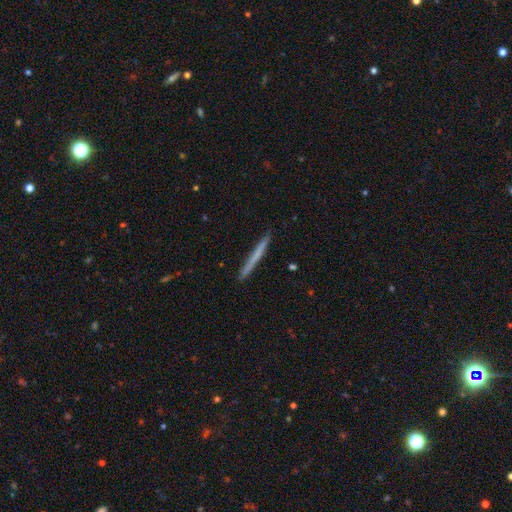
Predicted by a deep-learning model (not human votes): A smooth galaxy with no disk features (59%) that is cigar-shaped (97%). Merging: none (91%).